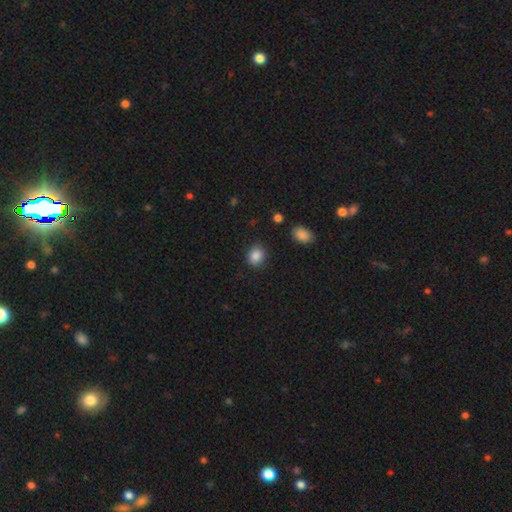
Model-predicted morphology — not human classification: This is clearly a smooth galaxy (87%). How rounded: likely round (63%). Merging: clearly none (87%).